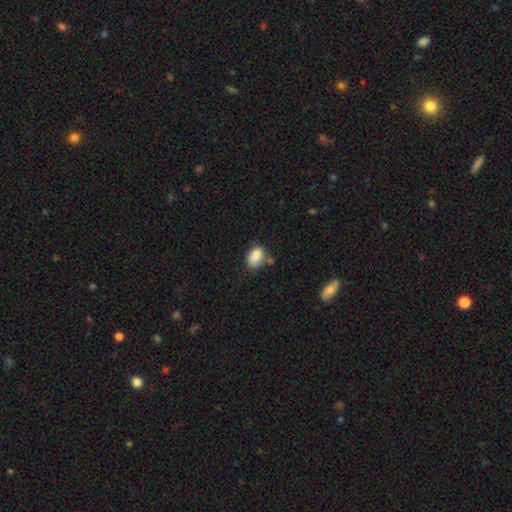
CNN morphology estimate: Smooth or featured? smooth (87%)
How rounded? in between (83%)
Merging? none (61%)